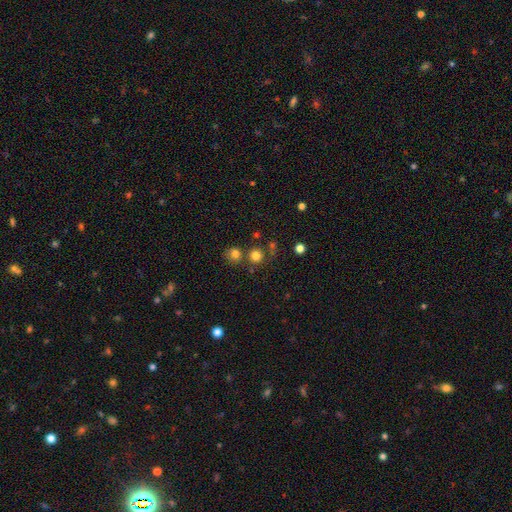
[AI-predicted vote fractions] Smooth or featured?
  - smooth: 77% *
  - star or artifact: 17%
  - featured or disk: 6%
How rounded?
  - round: 92% *
  - in between: 7%
  - cigar-shaped: 1%
Merging?
  - none: 73% *
  - merger: 16%
  - minor disturbance: 8%
  - major disturbance: 3%